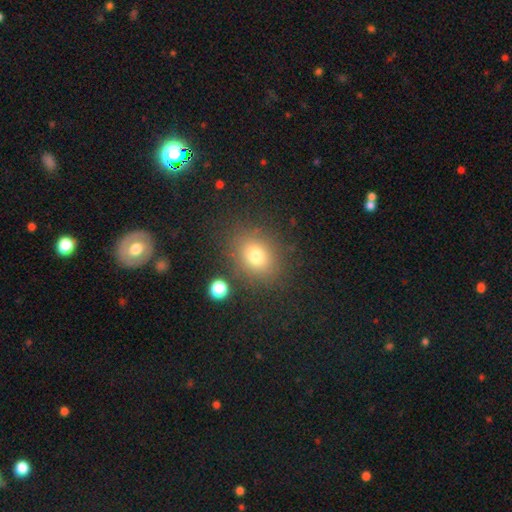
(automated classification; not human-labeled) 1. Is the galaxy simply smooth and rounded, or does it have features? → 76% smooth, 14% star or artifact, 10% featured or disk.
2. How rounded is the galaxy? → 54% round, 45% in between, 1% cigar-shaped.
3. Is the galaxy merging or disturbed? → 82% none, 10% minor disturbance, 4% major disturbance, 4% merger.